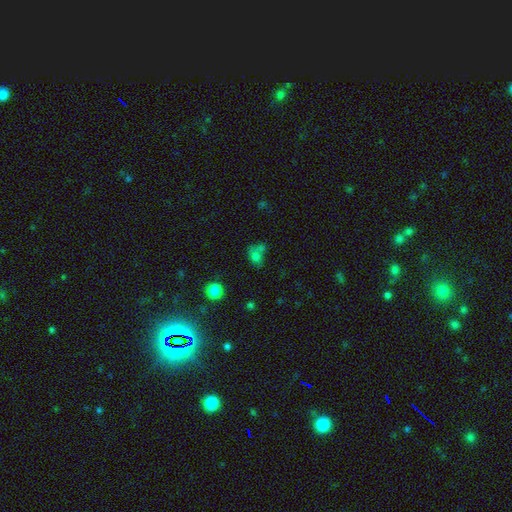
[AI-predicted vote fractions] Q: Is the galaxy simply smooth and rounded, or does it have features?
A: smooth — 72%.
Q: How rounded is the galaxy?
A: in between — 53%.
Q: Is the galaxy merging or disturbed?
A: none — 37%.